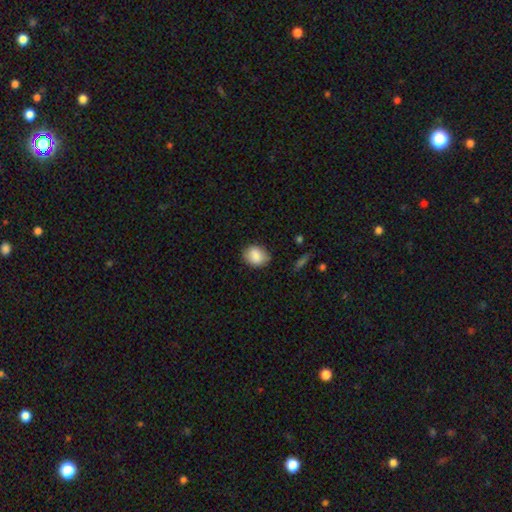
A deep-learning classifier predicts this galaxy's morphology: Smooth or featured: smooth — 86% (star or artifact — 7%)
How rounded: in between — 51% (round — 48%)
Merging: none — 80% (minor disturbance — 15%)